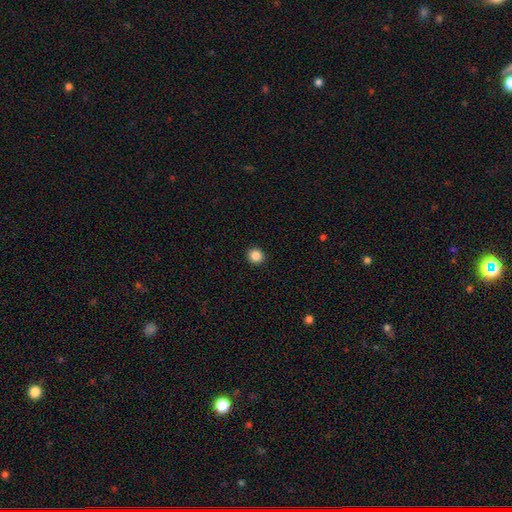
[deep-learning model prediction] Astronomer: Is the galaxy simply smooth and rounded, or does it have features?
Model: smooth — 86%.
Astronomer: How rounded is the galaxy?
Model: round — 88%.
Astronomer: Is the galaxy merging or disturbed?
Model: none — 93%.